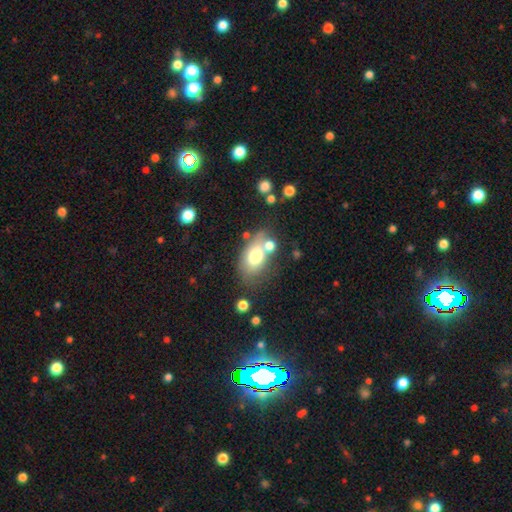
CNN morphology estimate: smooth 69%, featured or disk 21%, star or artifact 10%. Down the decision tree: how rounded — in between (85%); merging — none (54%).